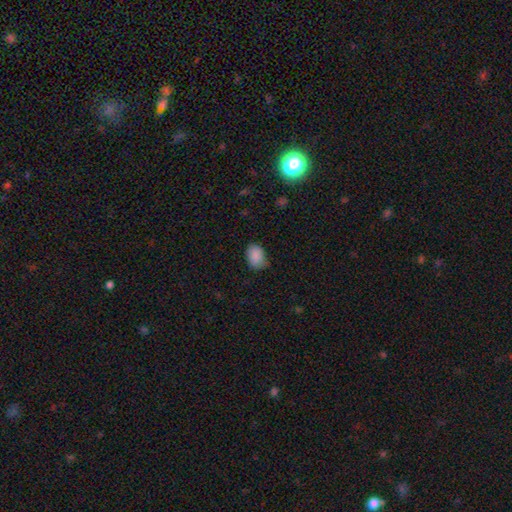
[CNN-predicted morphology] A smooth galaxy with no disk features (88%) that is in between round and cigar-shaped (78%).

Vote fractions:
- Smooth or featured? smooth: 88% / star or artifact: 7% / featured or disk: 5%
- How rounded? in between: 78% / round: 21% / cigar-shaped: 1%
- Merging? none: 72% / minor disturbance: 23% / major disturbance: 4% / merger: 1%